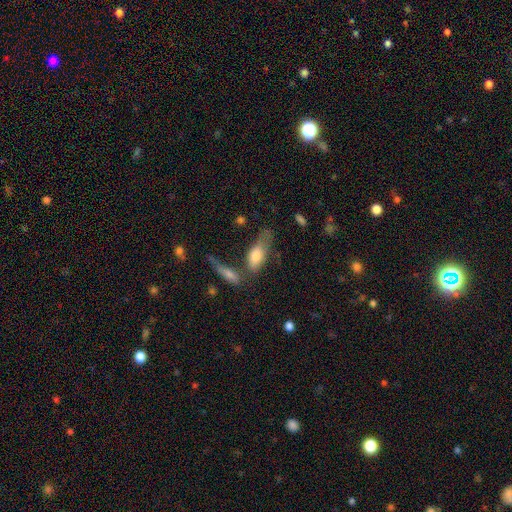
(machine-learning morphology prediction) Smooth or featured?
  - smooth: 74% *
  - featured or disk: 20%
  - star or artifact: 7%
How rounded?
  - in between: 76% *
  - cigar-shaped: 21%
  - round: 3%
Merging?
  - none: 39% *
  - minor disturbance: 25%
  - merger: 21%
  - major disturbance: 15%